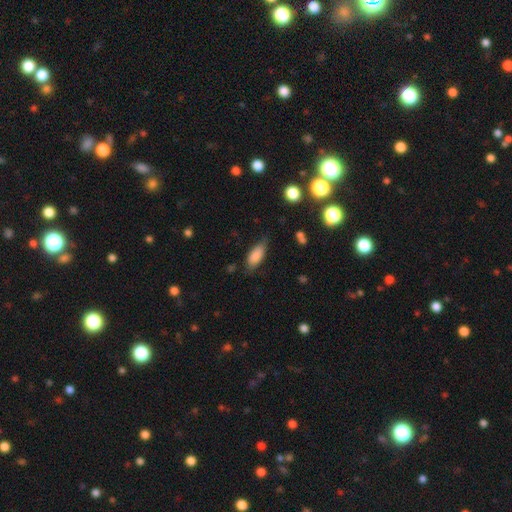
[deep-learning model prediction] A smooth galaxy with no disk features (83%) that is in between round and cigar-shaped (83%). Merging: none (65%).